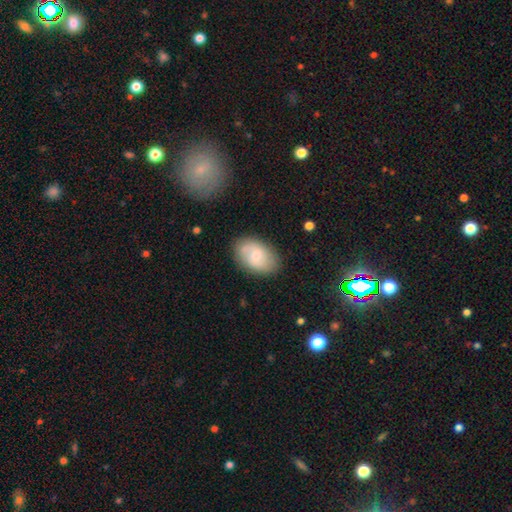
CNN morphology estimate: Smooth or featured? smooth (50%)
How rounded? in between (85%)
Merging? none (81%)